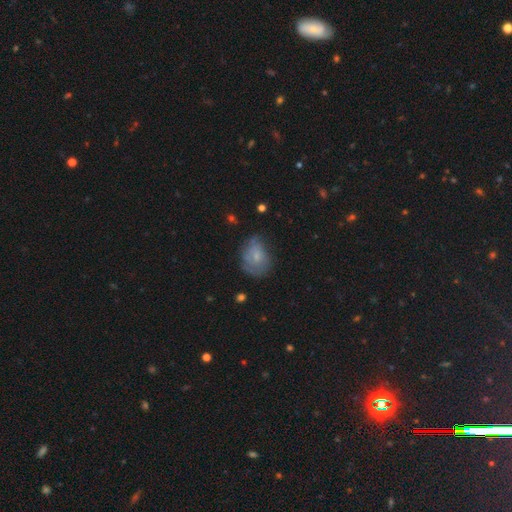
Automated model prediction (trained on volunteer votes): Q: Smooth or featured?
A: smooth (56%); runner-up: featured or disk (34%)
Q: How rounded?
A: in between (59%); runner-up: round (39%)
Q: Merging?
A: none (48%); runner-up: minor disturbance (32%)